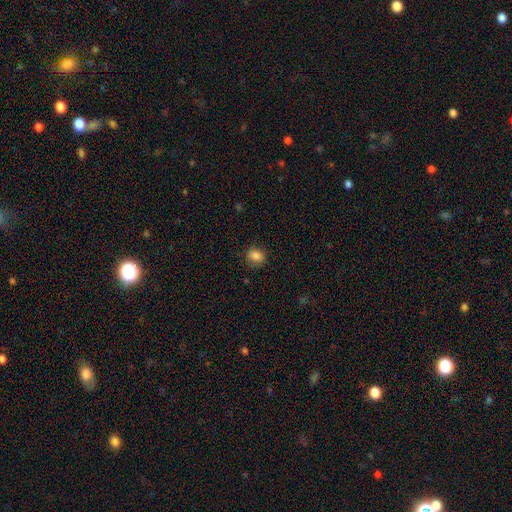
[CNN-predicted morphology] A smooth galaxy with no disk features (85%) that is round (61%). Merging: none (80%).